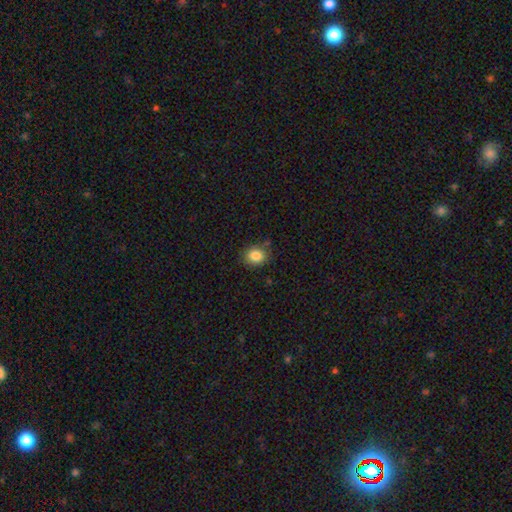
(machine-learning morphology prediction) smooth-or-featured: smooth: 85% | star or artifact: 10% | featured or disk: 5%
  how-rounded: round: 71% | in between: 29% | cigar-shaped: 1%
  merging: none: 81% | minor disturbance: 13% | major disturbance: 3% | merger: 3%